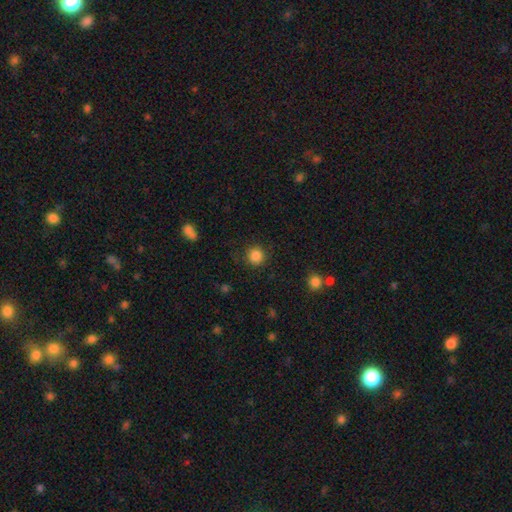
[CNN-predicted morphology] smooth 86%, star or artifact 11%, featured or disk 4%. Down the decision tree: how rounded — round (93%); merging — none (88%).